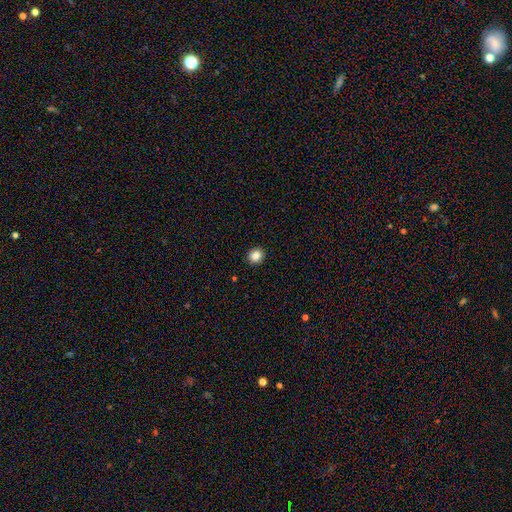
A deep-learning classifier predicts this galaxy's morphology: This is clearly a smooth galaxy (85%). How rounded: clearly round (86%). Merging: clearly none (93%).